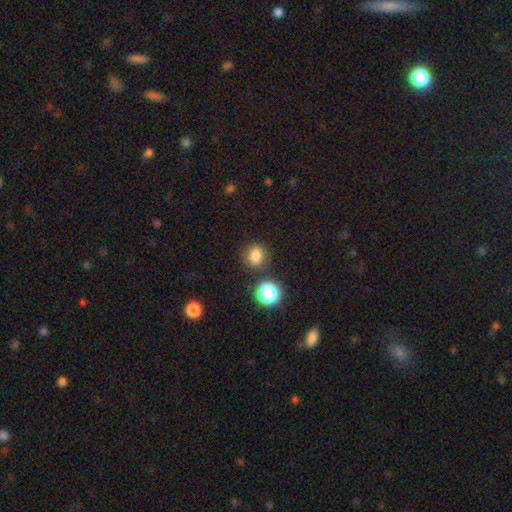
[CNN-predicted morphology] Smooth or featured: smooth — 80% (star or artifact — 15%)
How rounded: round — 75% (in between — 23%)
Merging: none — 83% (minor disturbance — 10%)